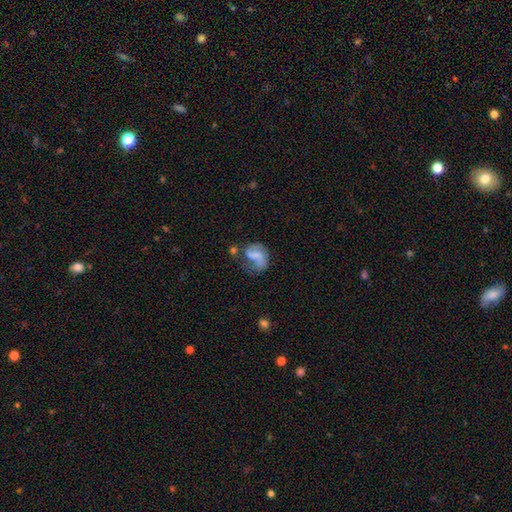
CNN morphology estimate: smooth-or-featured: featured or disk: 56% | smooth: 34% | star or artifact: 9%
  disk-edge-on: no: 98% | yes: 2%
    bar: no: 45% | weak: 39% | strong: 16%
    has-spiral-arms: yes: 80% | no: 20%
    bulge-size: none: 52% | small: 25% | moderate: 15% | large: 5% | dominant: 2%
  merging: none: 34% | major disturbance: 32% | minor disturbance: 23% | merger: 11%